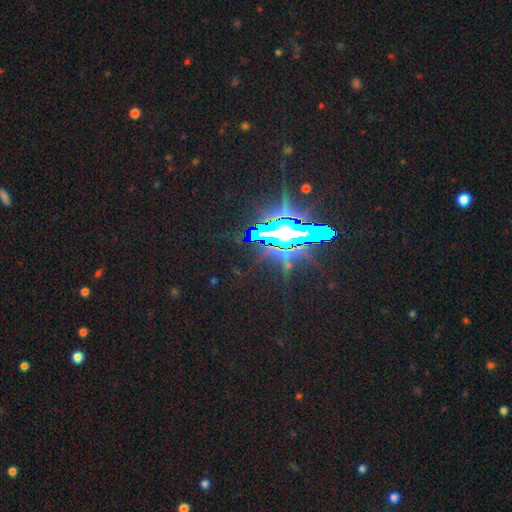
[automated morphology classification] smooth_or_featured: star or artifact (p=0.77) [alt: featured or disk p=0.13]